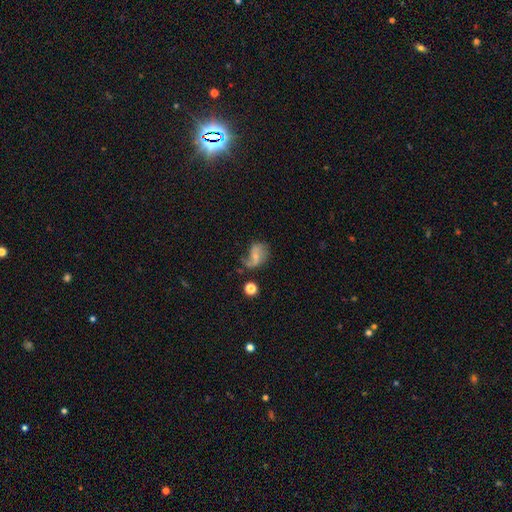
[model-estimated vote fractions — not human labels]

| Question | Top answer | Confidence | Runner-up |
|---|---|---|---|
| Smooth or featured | featured or disk | 62% | smooth (28%) |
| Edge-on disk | no | 97% | yes (3%) |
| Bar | no | 54% | weak (37%) |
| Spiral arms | yes | 85% | no (15%) |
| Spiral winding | loose | 63% | medium (28%) |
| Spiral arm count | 2 | 60% | 1 (30%) |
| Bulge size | small | 57% | moderate (26%) |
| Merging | none | 39% | major disturbance (29%) |